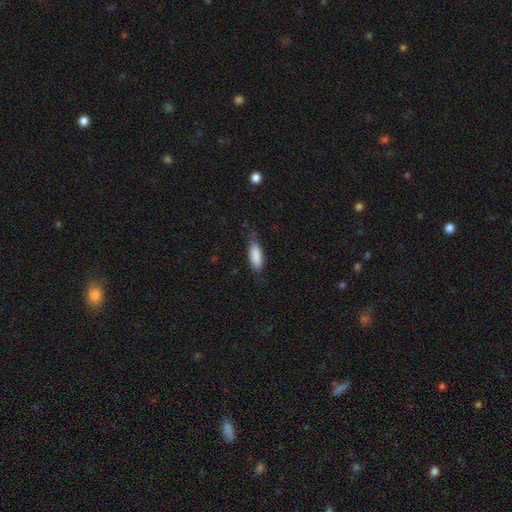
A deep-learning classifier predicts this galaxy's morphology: This appears to be a smooth galaxy with no disk features (86%) that is in between round and cigar-shaped (67%). Merging: none (71%).